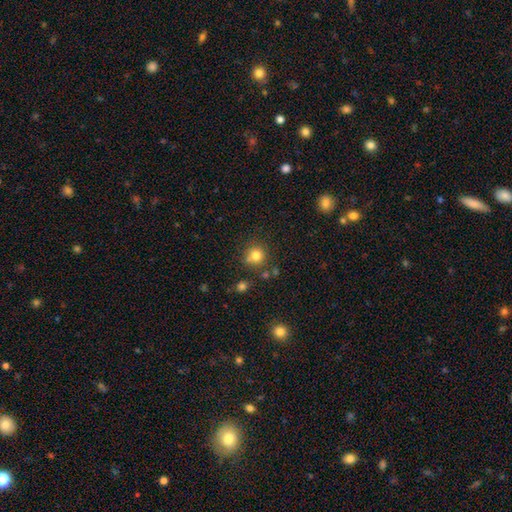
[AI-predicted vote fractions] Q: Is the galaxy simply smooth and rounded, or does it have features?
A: smooth — 79%.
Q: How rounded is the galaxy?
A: round — 89%.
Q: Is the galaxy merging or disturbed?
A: none — 72%.